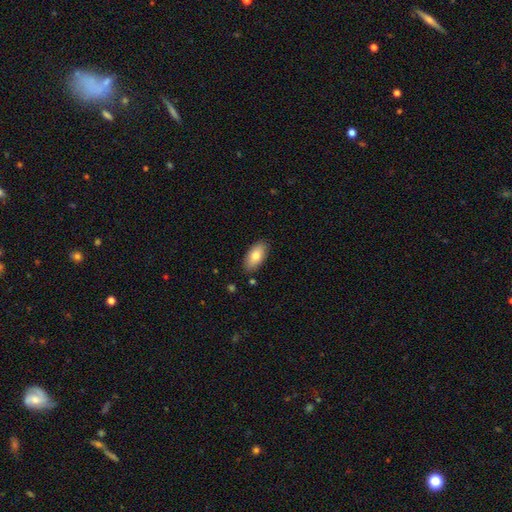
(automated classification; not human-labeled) Smooth or featured? Predicted: smooth (p=0.78). How rounded? Predicted: in between (p=0.93). Merging? Predicted: none (p=0.86).